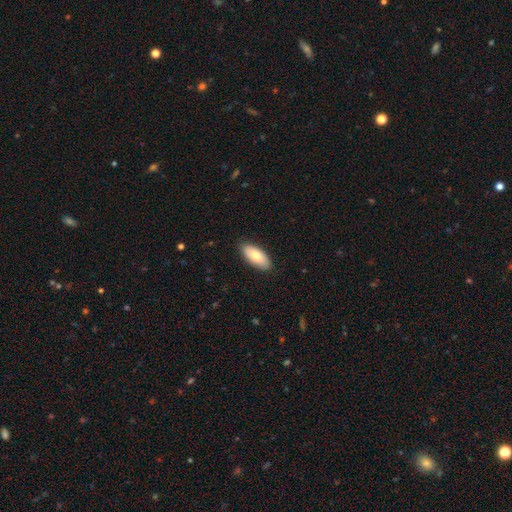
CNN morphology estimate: Smooth or featured: smooth — 76% (featured or disk — 18%)
How rounded: in between — 88% (cigar-shaped — 10%)
Merging: none — 88% (minor disturbance — 9%)